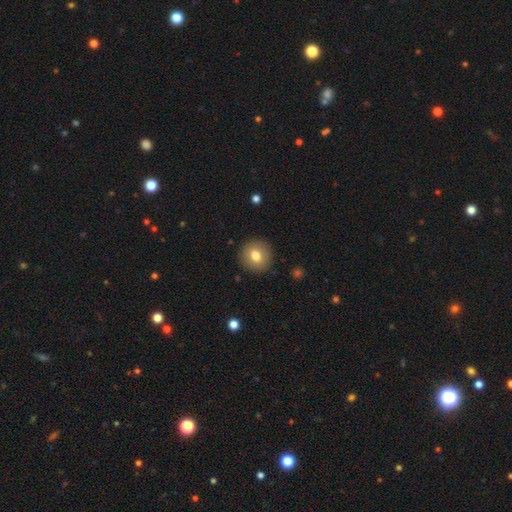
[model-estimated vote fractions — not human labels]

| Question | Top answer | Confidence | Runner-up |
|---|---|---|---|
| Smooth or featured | smooth | 77% | featured or disk (14%) |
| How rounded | round | 91% | in between (8%) |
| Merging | none | 90% | minor disturbance (6%) |